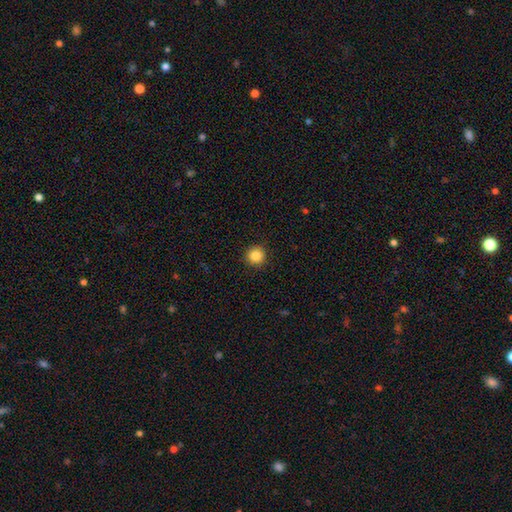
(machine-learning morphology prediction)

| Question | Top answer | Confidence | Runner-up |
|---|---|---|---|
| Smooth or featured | smooth | 85% | star or artifact (10%) |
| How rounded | round | 95% | in between (4%) |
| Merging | none | 92% | minor disturbance (5%) |